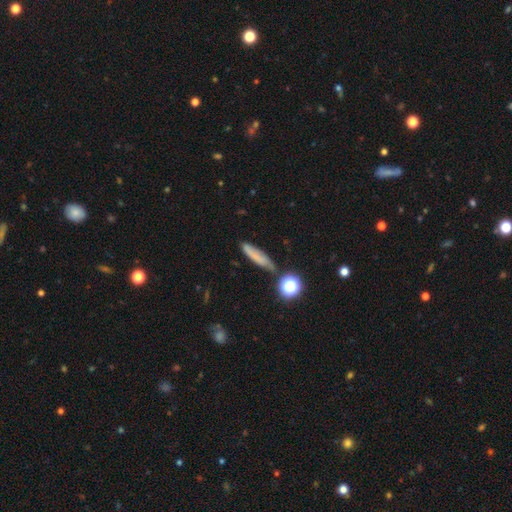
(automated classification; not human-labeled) smooth-or-featured: smooth: 67% | featured or disk: 19% | star or artifact: 14%
  how-rounded: cigar-shaped: 74% | in between: 19% | round: 7%
  merging: none: 70% | minor disturbance: 19% | merger: 6% | major disturbance: 5%